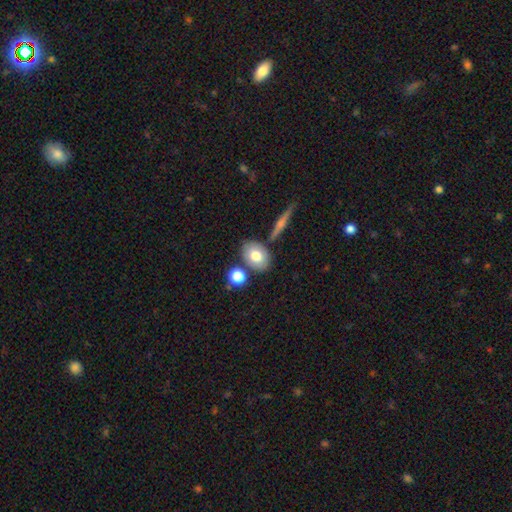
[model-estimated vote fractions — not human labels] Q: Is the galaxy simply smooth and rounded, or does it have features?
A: smooth — 74%.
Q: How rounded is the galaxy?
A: in between — 70%.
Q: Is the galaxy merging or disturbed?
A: none — 74%.